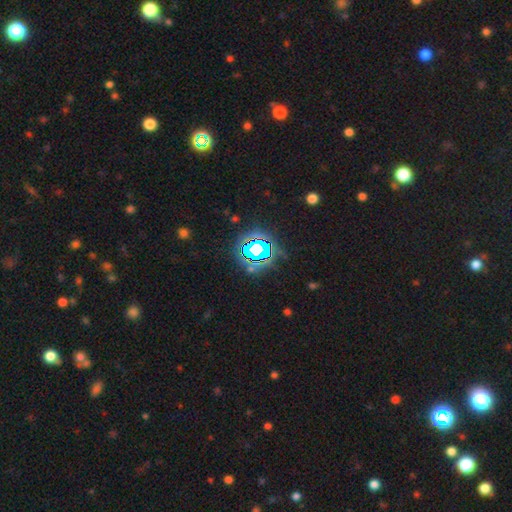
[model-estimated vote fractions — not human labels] smooth_or_featured: star or artifact (p=0.75) [alt: smooth p=0.14]